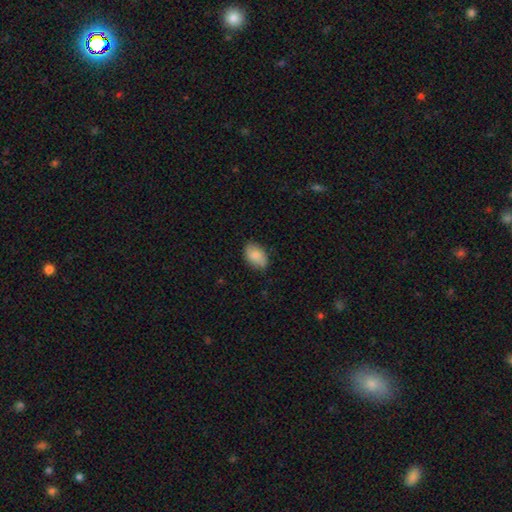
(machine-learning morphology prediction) smooth 84%, featured or disk 9%, star or artifact 7%. Down the decision tree: how rounded — in between (89%); merging — none (78%).